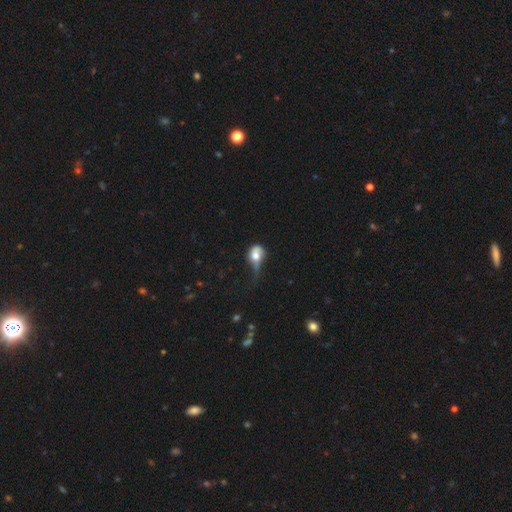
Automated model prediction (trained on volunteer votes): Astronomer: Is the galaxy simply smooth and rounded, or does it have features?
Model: smooth — 60%.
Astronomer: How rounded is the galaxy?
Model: in between — 56% (runner-up: round, 41%).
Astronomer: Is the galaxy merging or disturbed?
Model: major disturbance — 46% (runner-up: minor disturbance, 29%).